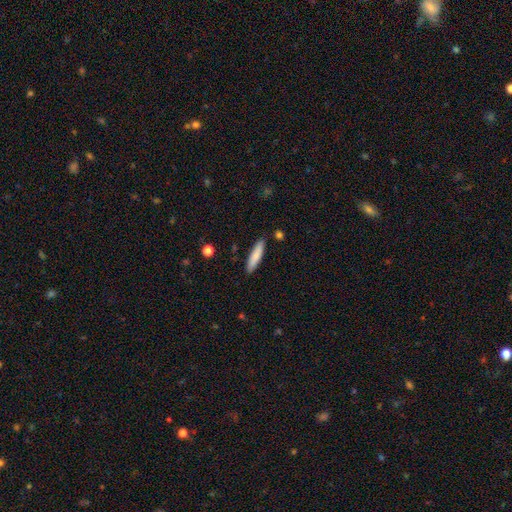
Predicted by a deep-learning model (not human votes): Morphology: type=smooth (81%); roundness=cigar-shaped (82%); merging=none (88%).